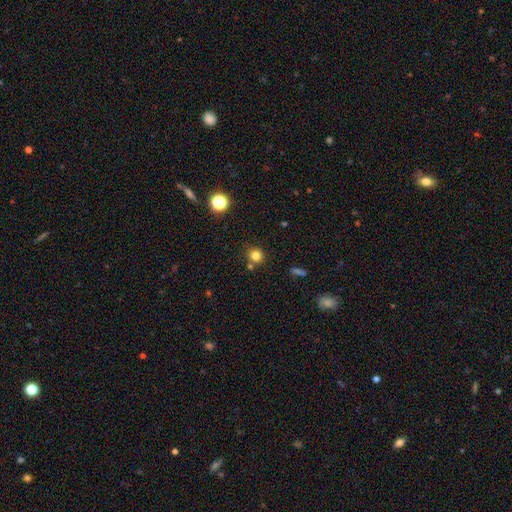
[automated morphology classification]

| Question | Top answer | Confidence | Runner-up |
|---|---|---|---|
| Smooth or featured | smooth | 79% | star or artifact (15%) |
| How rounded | round | 89% | in between (10%) |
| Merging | none | 77% | merger (11%) |